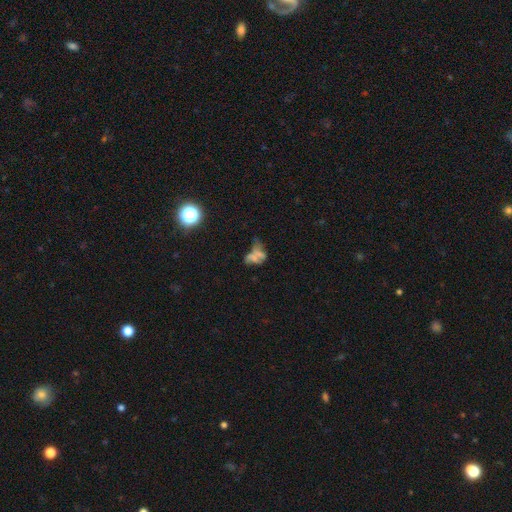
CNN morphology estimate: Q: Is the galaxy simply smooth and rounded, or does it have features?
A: smooth — 39%.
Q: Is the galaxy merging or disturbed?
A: merger — 32%.